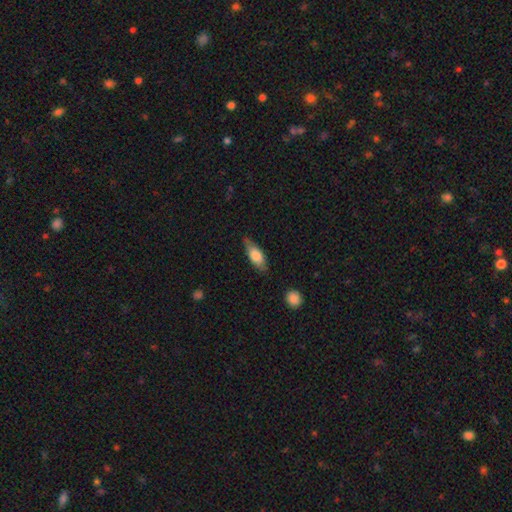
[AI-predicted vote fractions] Smooth or featured? Predicted: smooth (p=0.74). How rounded? Predicted: in between (p=0.72). Merging? Predicted: none (p=0.69).